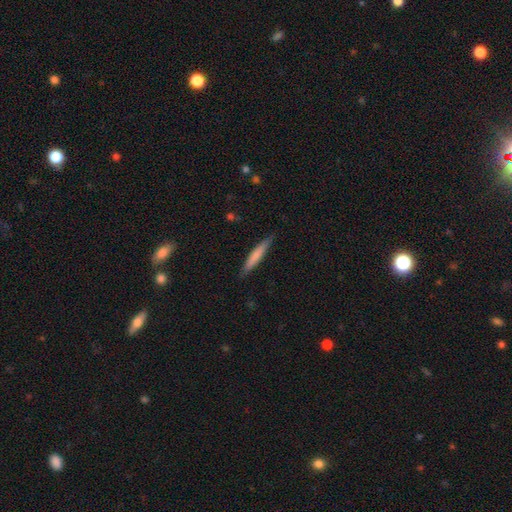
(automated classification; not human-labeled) smooth-or-featured: smooth: 69% | featured or disk: 25% | star or artifact: 6%
  how-rounded: cigar-shaped: 94% | in between: 5% | round: 1%
  merging: none: 87% | minor disturbance: 10% | major disturbance: 2% | merger: 1%